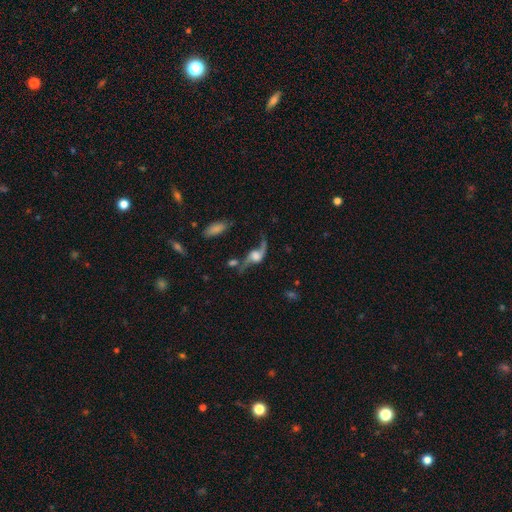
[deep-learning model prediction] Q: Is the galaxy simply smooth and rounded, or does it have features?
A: featured or disk — 81%.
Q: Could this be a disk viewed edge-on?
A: no — 88%.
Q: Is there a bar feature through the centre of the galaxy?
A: no — 61%.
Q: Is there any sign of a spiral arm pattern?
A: yes — 93%.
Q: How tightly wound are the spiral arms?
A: loose — 89%.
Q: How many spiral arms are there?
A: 2 — 90%.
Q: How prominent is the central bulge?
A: large — 40%.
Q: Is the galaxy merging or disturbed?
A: none — 50%.